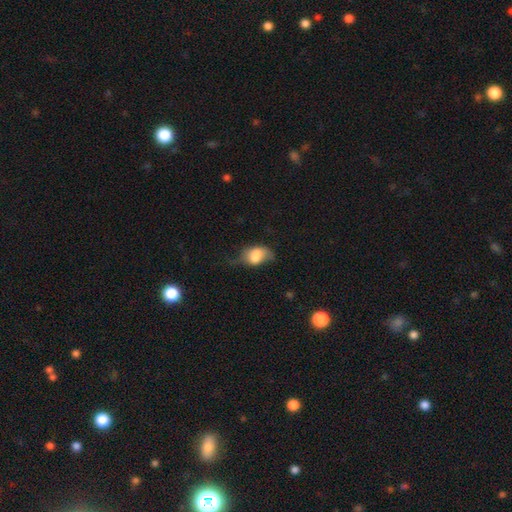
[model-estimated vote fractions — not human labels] Morphology: type=smooth (71%); roundness=in between (81%); merging=minor disturbance (36%).